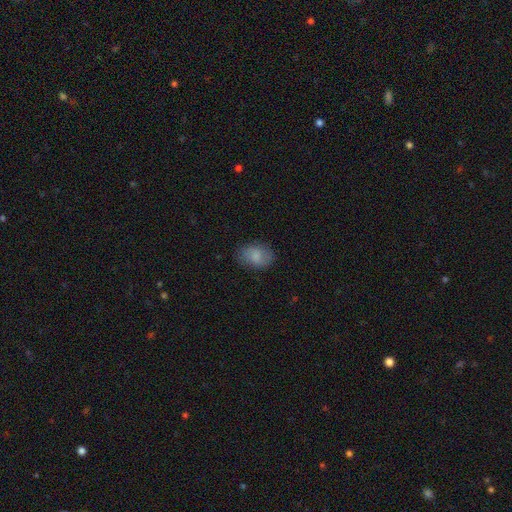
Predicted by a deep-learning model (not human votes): A smooth galaxy with no disk features (72%) that is in between round and cigar-shaped (72%). Merging: none (78%).